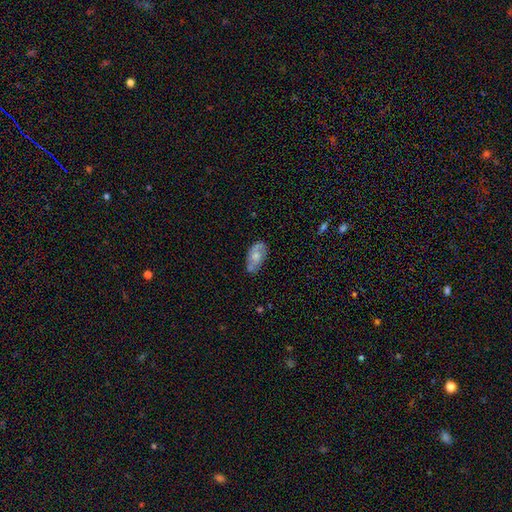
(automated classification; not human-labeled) featured or disk 50%, smooth 43%, star or artifact 7%. Down the decision tree: merging — none (68%).